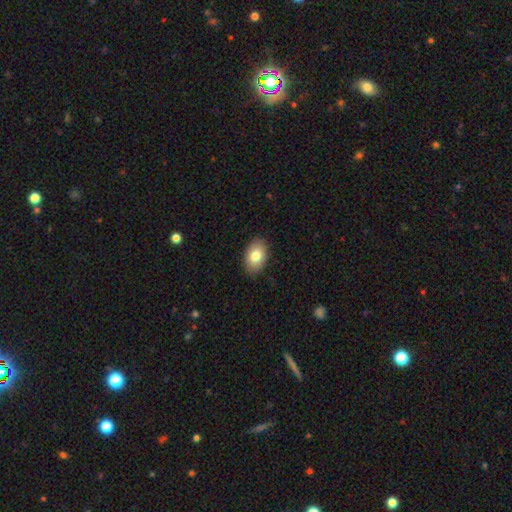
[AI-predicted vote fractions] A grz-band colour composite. It shows a smooth galaxy with no disk features (82%) that is in between round and cigar-shaped (89%). Merging: none (89%).